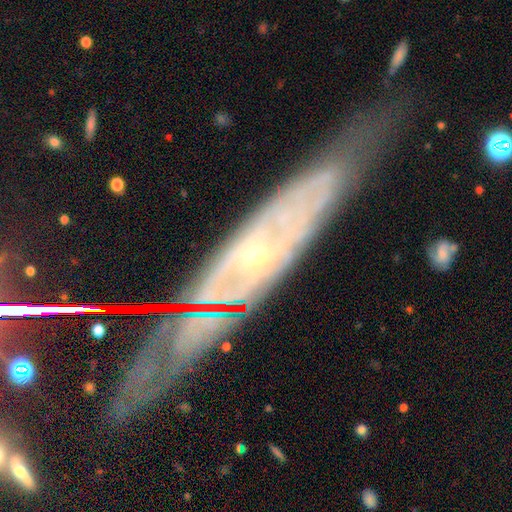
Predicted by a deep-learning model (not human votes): Smooth or featured? Predicted: featured or disk (p=0.77). Edge-on disk? Predicted: no (p=0.59). Merging? Predicted: none (p=0.69).